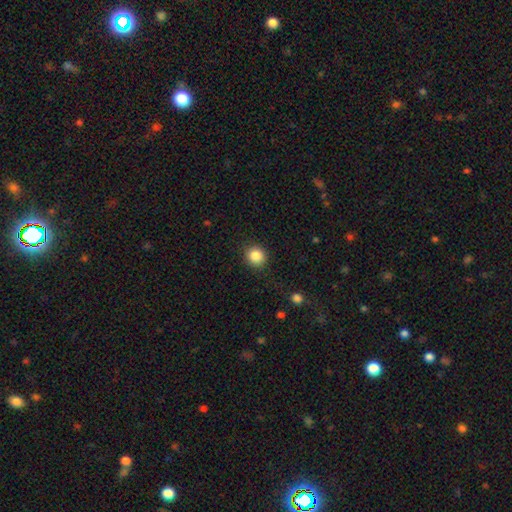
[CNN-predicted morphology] type=smooth (86%); roundness=round (87%); merging=none (89%).